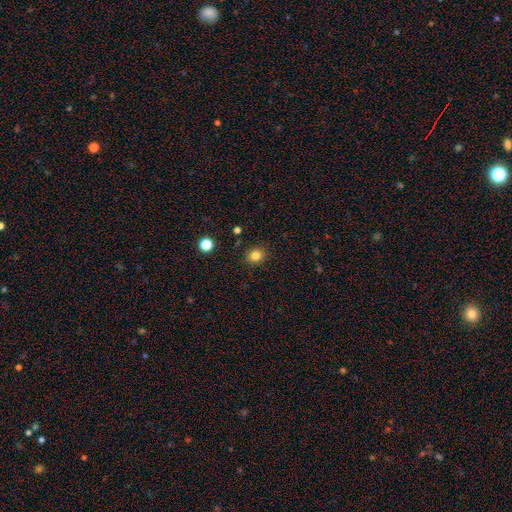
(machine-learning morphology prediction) Overall: smooth (82%). How rounded: round (67%; in between 32%). Merging: none (89%).